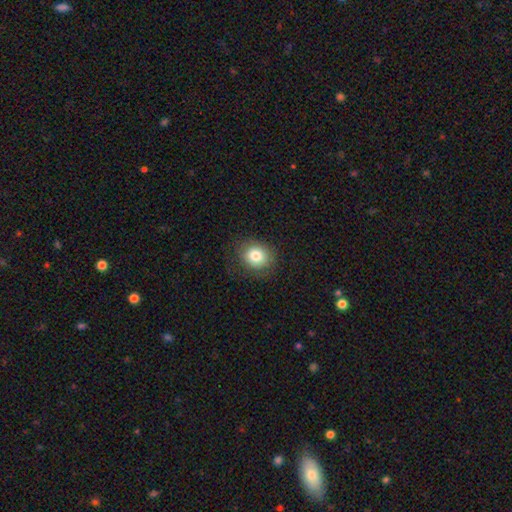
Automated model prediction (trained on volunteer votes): Smooth or featured? Predicted: smooth (p=0.81). How rounded? Predicted: round (p=0.75). Merging? Predicted: none (p=0.83).